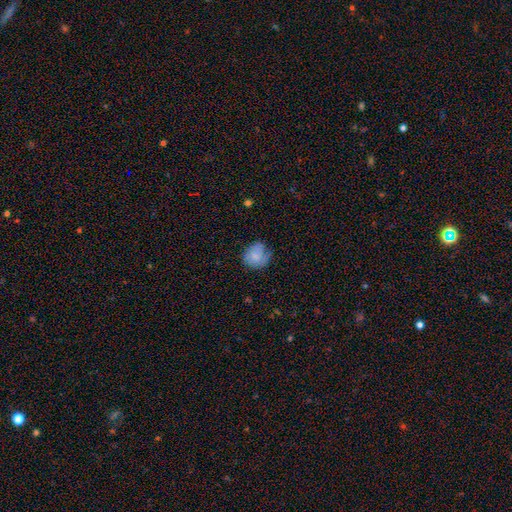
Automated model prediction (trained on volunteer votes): Q: Smooth or featured?
A: smooth (75%); runner-up: featured or disk (17%)
Q: How rounded?
A: round (78%); runner-up: in between (22%)
Q: Merging?
A: none (66%); runner-up: minor disturbance (25%)